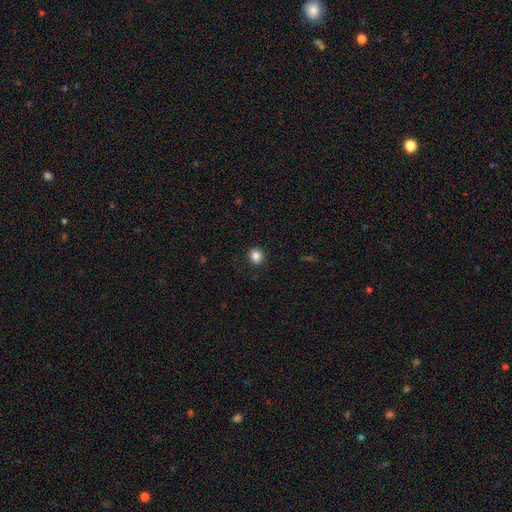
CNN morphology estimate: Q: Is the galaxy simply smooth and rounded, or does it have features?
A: smooth — 85%.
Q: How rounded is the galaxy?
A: round — 71%.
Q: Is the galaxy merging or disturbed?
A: none — 88%.